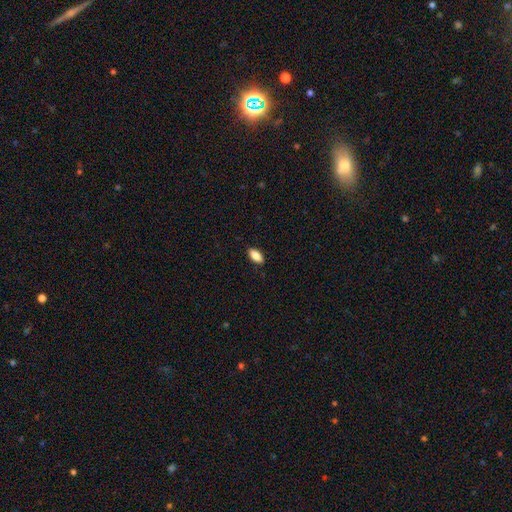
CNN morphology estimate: type=smooth (84%); roundness=in between (88%); merging=none (89%).